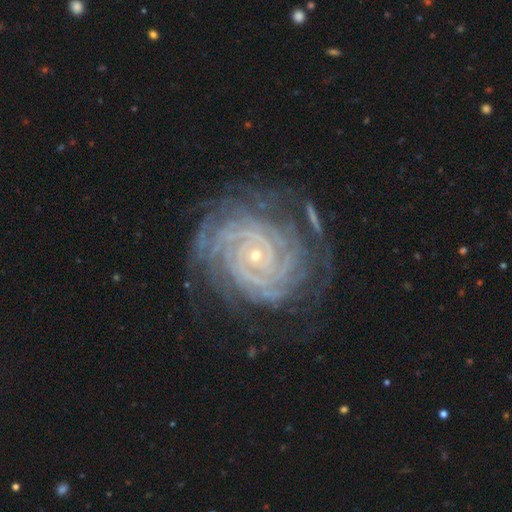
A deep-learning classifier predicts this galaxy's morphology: Smooth or featured? featured or disk (92%)
Edge-on disk? no (98%)
Bar? no (69%)
Spiral arms? yes (99%)
Spiral winding? tight (88%)
Spiral arm count? 4 (22%)
Bulge size? small (85%)
Merging? none (72%)